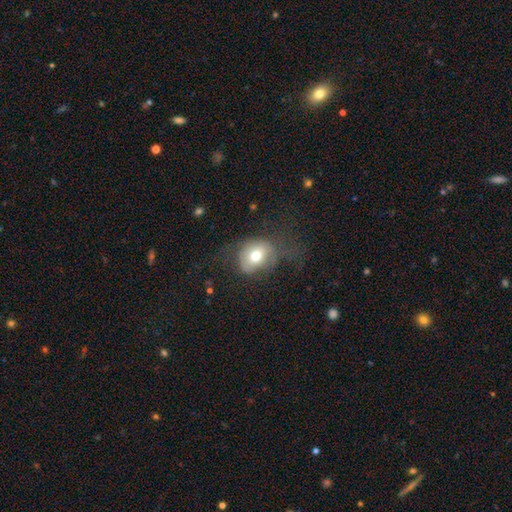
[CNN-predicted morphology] smooth 68%, featured or disk 22%, star or artifact 10%. Down the decision tree: how rounded — in between (54%); merging — none (46%).